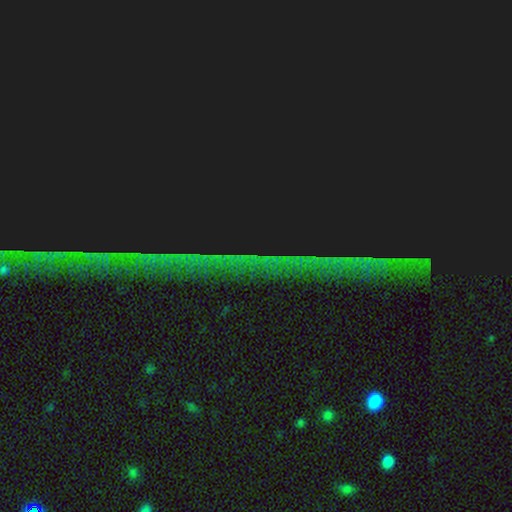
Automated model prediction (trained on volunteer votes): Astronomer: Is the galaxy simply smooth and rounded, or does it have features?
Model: star or artifact — 85%.